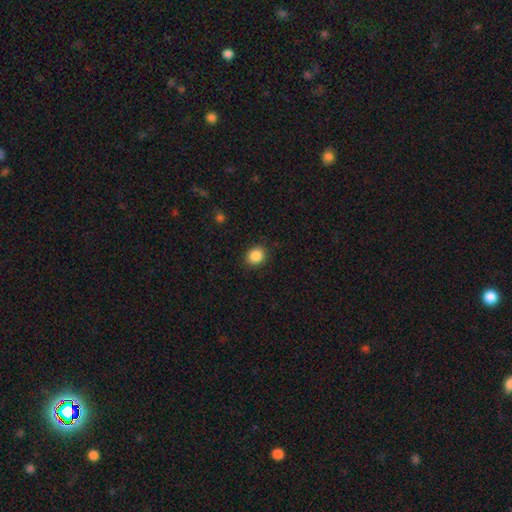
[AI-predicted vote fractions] Smooth or featured? smooth (86%)
How rounded? round (72%)
Merging? none (90%)